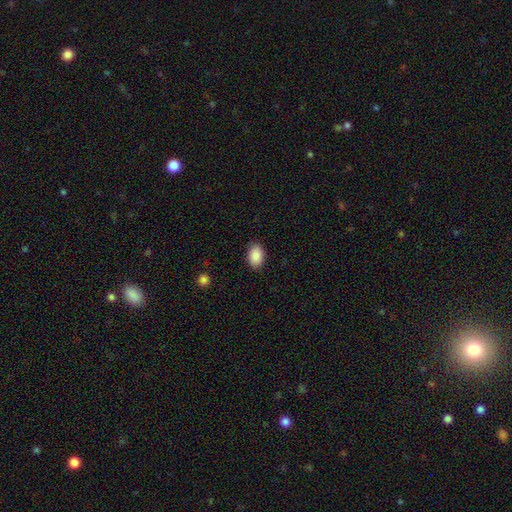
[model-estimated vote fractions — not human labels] Q: Smooth or featured?
A: smooth (90%); runner-up: star or artifact (7%)
Q: How rounded?
A: in between (87%); runner-up: round (12%)
Q: Merging?
A: none (88%); runner-up: minor disturbance (9%)